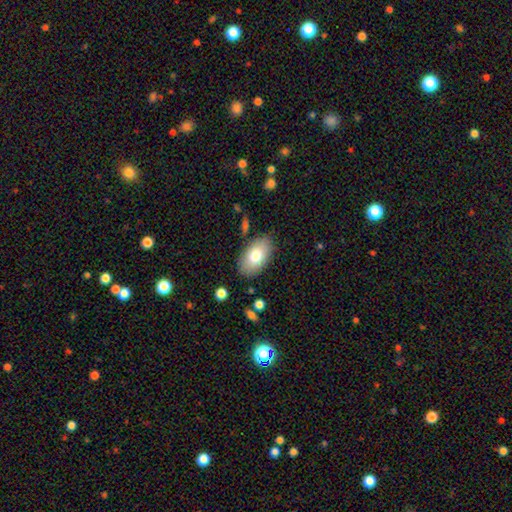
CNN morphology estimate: A smooth galaxy with no disk features (76%) that is in between round and cigar-shaped (94%). Merging: none (84%).